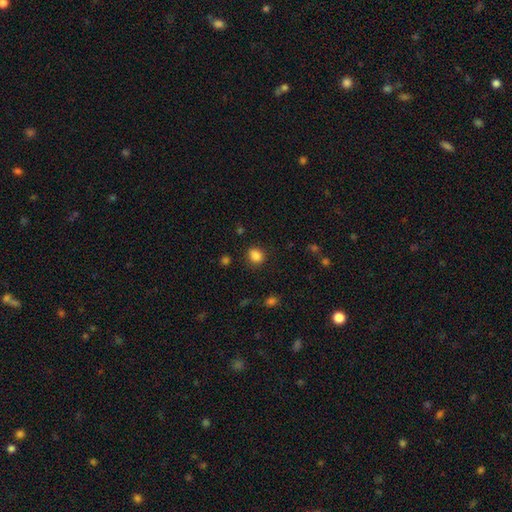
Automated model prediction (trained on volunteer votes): Smooth or featured? smooth (85%)
How rounded? round (60%)
Merging? none (84%)